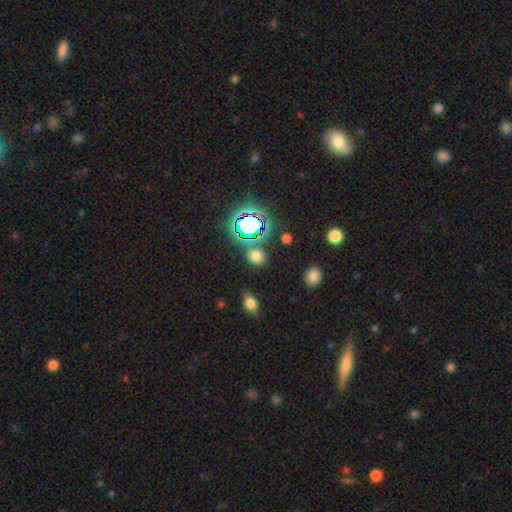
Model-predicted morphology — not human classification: Smooth or featured? smooth (64%)
How rounded? round (77%)
Merging? none (79%)